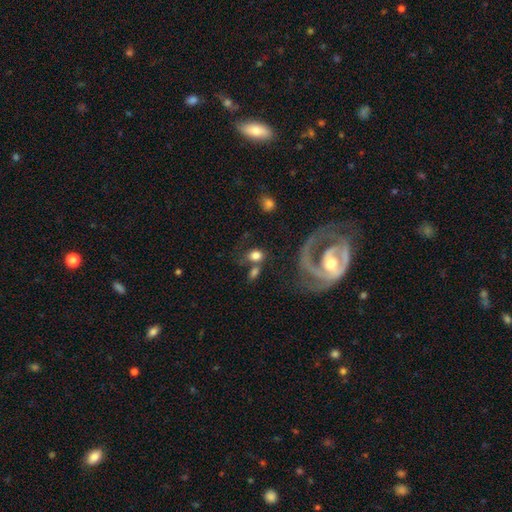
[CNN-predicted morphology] Overall: smooth (70%). How rounded: in between (50%; round 48%). Merging: none (47%; merger 26%).